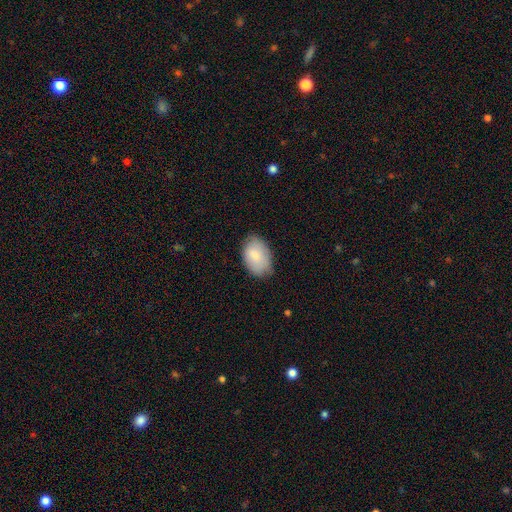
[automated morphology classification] smooth-or-featured: smooth: 83% | featured or disk: 11% | star or artifact: 6%
  how-rounded: in between: 90% | round: 9% | cigar-shaped: 1%
  merging: none: 74% | minor disturbance: 21% | major disturbance: 4% | merger: 1%